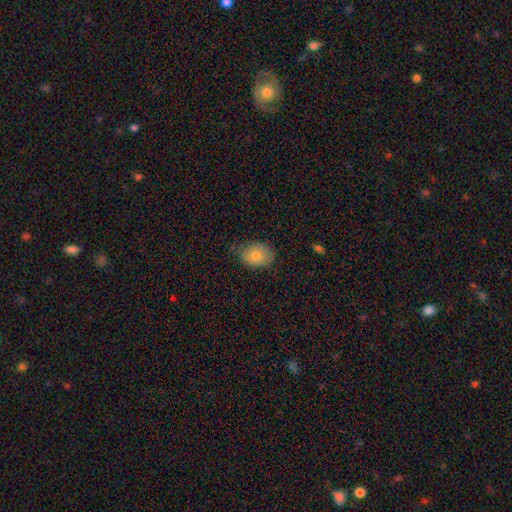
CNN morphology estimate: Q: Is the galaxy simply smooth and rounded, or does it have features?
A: smooth — 77%.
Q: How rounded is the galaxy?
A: in between — 65%.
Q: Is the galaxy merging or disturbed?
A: none — 73%.